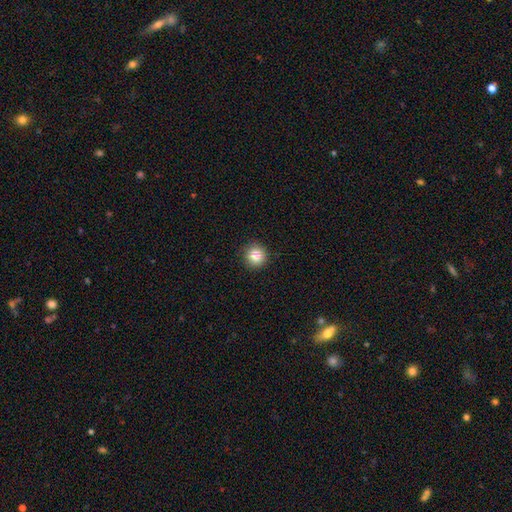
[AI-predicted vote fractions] This is clearly a smooth galaxy (84%). How rounded: clearly round (95%). Merging: clearly none (92%).